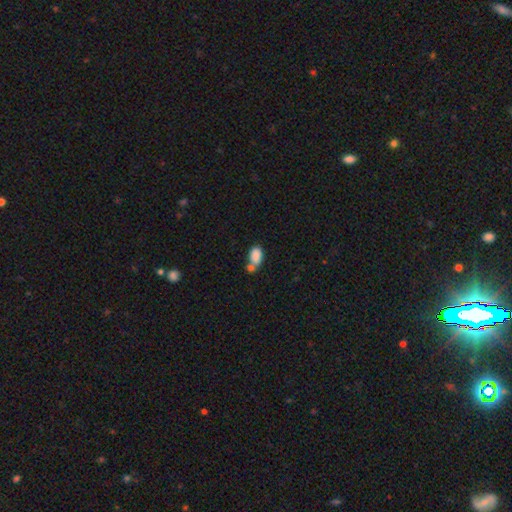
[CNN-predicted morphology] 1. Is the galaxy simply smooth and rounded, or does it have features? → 83% smooth, 9% star or artifact, 8% featured or disk.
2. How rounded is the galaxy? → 88% in between, 10% round, 2% cigar-shaped.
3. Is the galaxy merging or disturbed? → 50% merger, 31% none, 13% minor disturbance, 6% major disturbance.